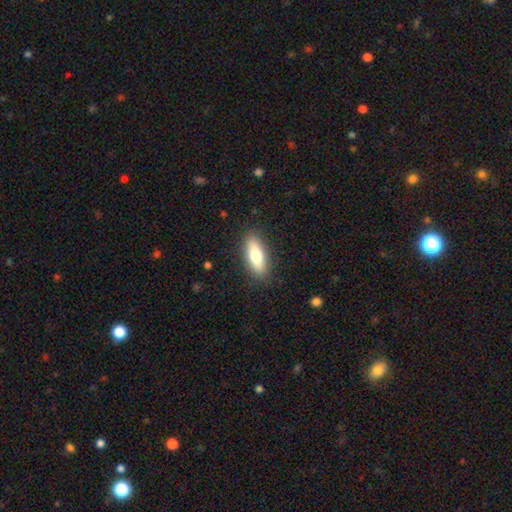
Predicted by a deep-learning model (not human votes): A smooth galaxy with no disk features (70%) that is in between round and cigar-shaped (62%). Merging: none (87%).